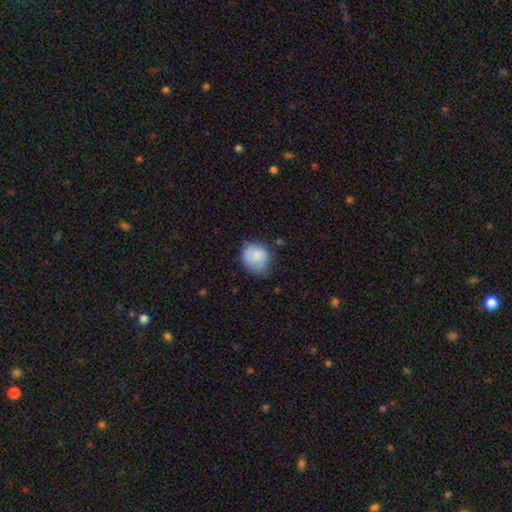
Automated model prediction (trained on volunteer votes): Smooth or featured: smooth — 76% (featured or disk — 17%)
How rounded: round — 72% (in between — 27%)
Merging: none — 53% (minor disturbance — 34%)